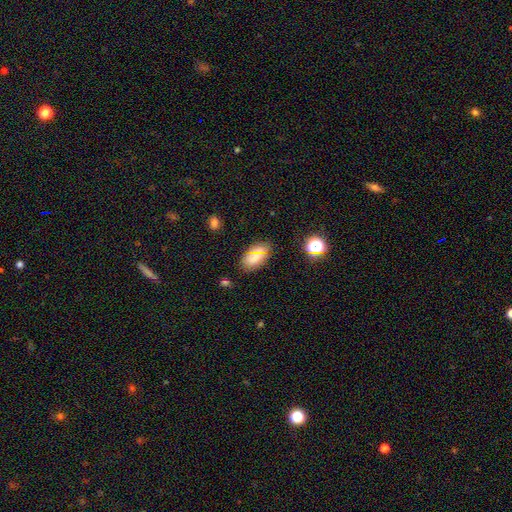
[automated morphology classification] Q: Smooth or featured?
A: smooth (70%); runner-up: star or artifact (20%)
Q: How rounded?
A: in between (90%); runner-up: round (7%)
Q: Merging?
A: none (82%); runner-up: minor disturbance (13%)